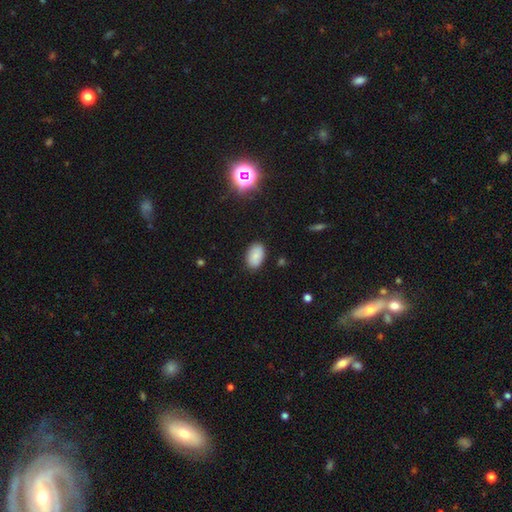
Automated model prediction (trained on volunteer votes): Smooth or featured? smooth (85%)
How rounded? in between (92%)
Merging? none (87%)